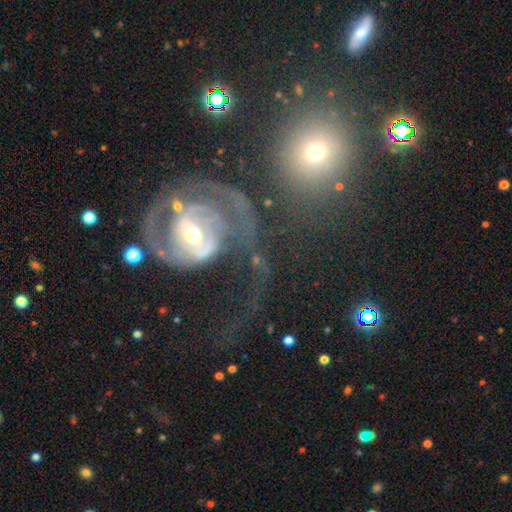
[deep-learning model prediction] The model was most divided on "spiral winding": medium: 39%, tight: 38%, loose: 23%. Remaining: edge-on disk — no (96%); spiral arms — yes (89%); smooth or featured — featured or disk (81%); spiral arm count — 2 (52%); bulge size — small (47%); bar — no (44%); merging — major disturbance (39%).